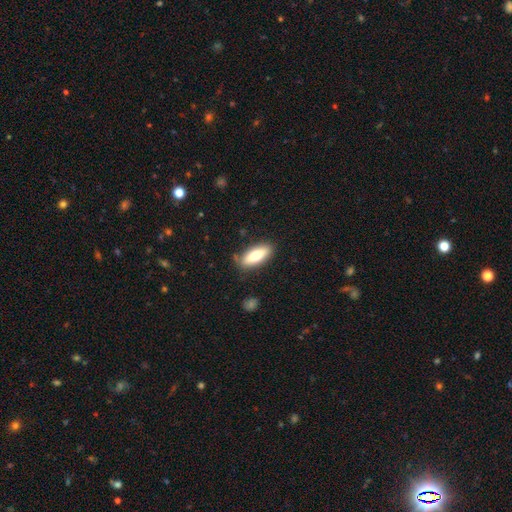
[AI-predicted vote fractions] This is likely a smooth galaxy (71%). How rounded: likely in between (71%). Merging: clearly none (82%).